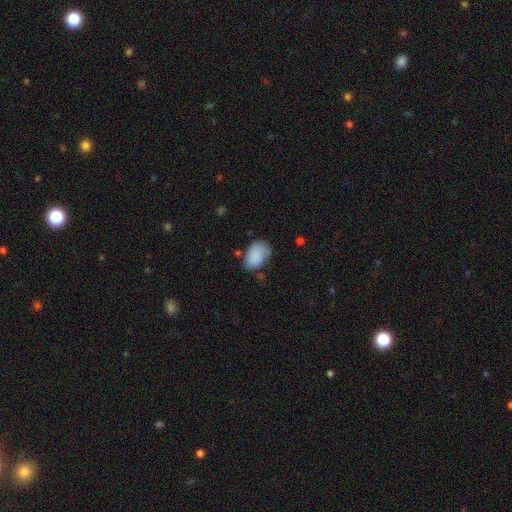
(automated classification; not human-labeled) This appears to be a smooth galaxy with no disk features (86%) that is in between round and cigar-shaped (86%). Merging: none (59%).